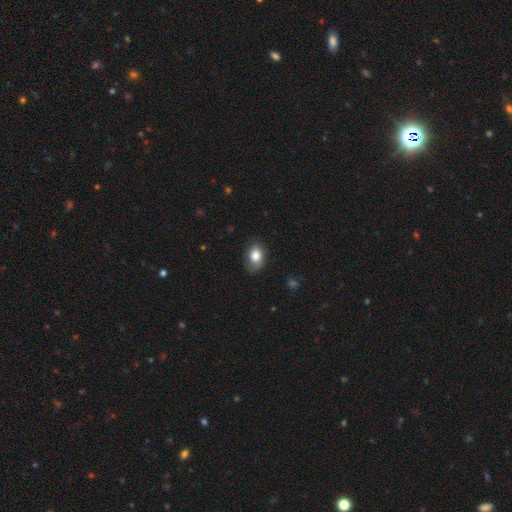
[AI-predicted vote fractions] Q: Smooth or featured?
A: smooth (81%); runner-up: featured or disk (11%)
Q: How rounded?
A: in between (79%); runner-up: round (19%)
Q: Merging?
A: none (77%); runner-up: minor disturbance (18%)